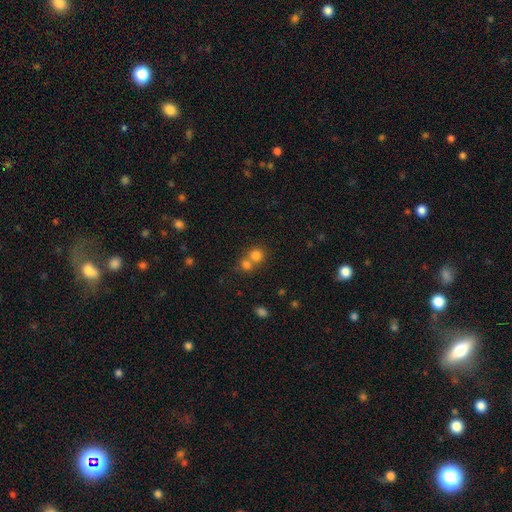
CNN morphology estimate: smooth_or_featured: smooth (p=0.78) [alt: star or artifact p=0.13]
how_rounded: round (p=0.86) [alt: in between p=0.13]
merging: merger (p=0.47) [alt: none p=0.45]